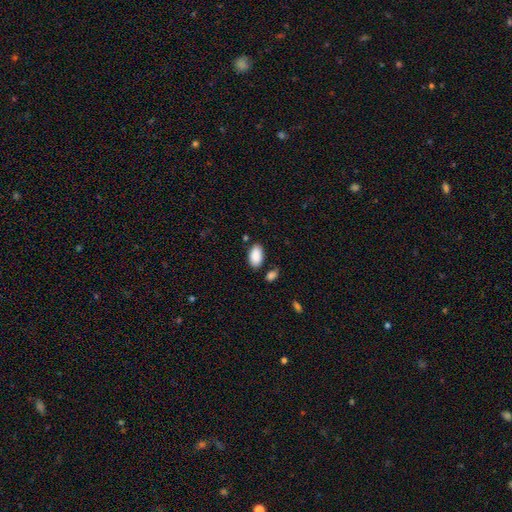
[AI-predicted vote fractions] Smooth or featured? smooth (90%)
How rounded? in between (95%)
Merging? none (78%)